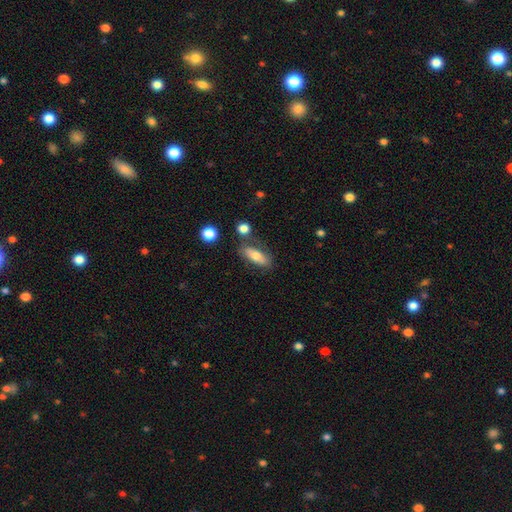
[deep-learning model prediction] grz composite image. It shows a smooth galaxy with no disk features (69%) that is in between round and cigar-shaped (67%). Merging: none (70%).